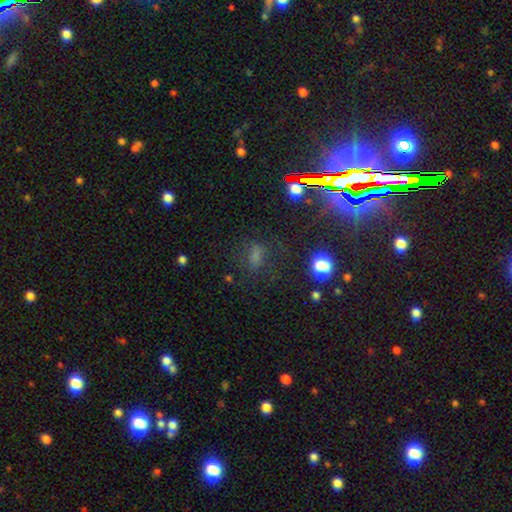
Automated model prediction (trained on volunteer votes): A smooth galaxy with no disk features (56%) that is in between round and cigar-shaped (65%).

Vote fractions:
- Smooth or featured? smooth: 56% / star or artifact: 31% / featured or disk: 13%
- How rounded? in between: 65% / round: 24% / cigar-shaped: 10%
- Merging? none: 65% / minor disturbance: 17% / major disturbance: 14% / merger: 3%